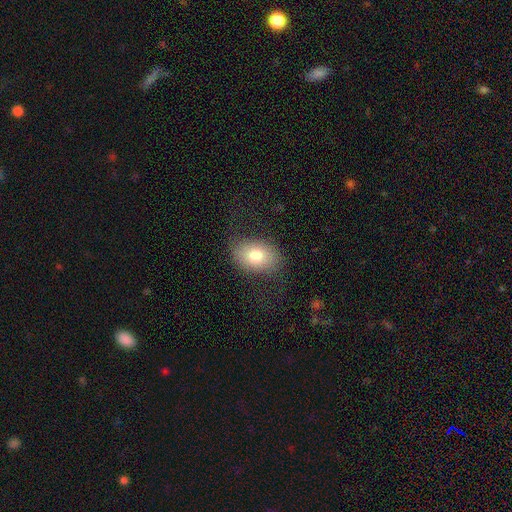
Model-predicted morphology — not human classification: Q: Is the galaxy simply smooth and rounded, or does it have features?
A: smooth — 77%.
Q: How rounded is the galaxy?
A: in between — 81%.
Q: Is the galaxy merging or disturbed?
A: none — 75%.